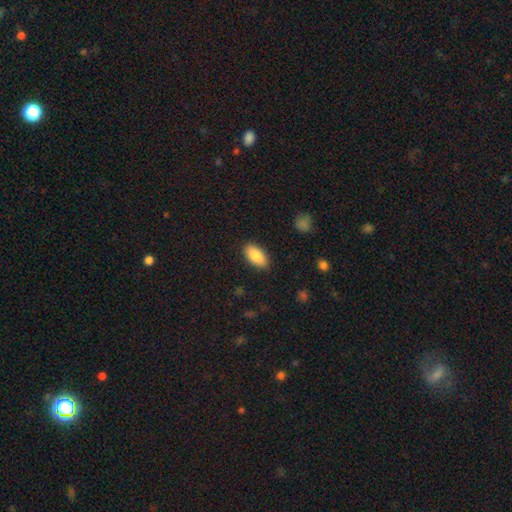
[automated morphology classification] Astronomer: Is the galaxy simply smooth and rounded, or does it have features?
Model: smooth — 88%.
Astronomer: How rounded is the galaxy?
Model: in between — 92%.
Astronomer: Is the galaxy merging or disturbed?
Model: none — 87%.